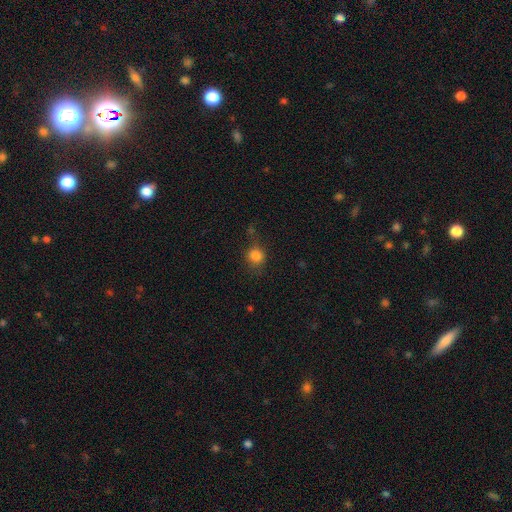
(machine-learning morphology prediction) This appears to be a smooth galaxy with no disk features (81%) that is round (82%). Merging: none (68%).